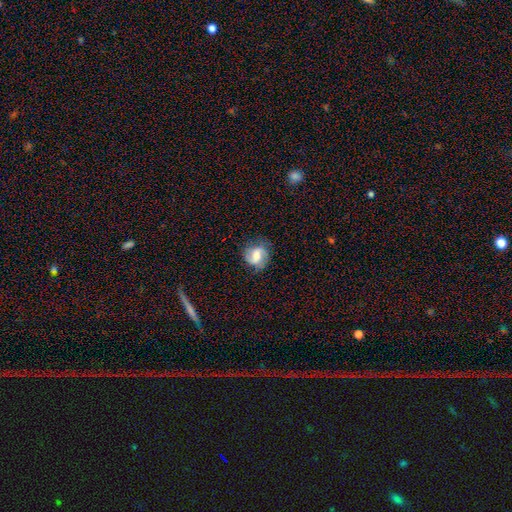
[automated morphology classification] A featured or disk galaxy (56%) with a weak bar (49%), spiral arms (87%) and a moderate central bulge (49%). Merging: none (72%).